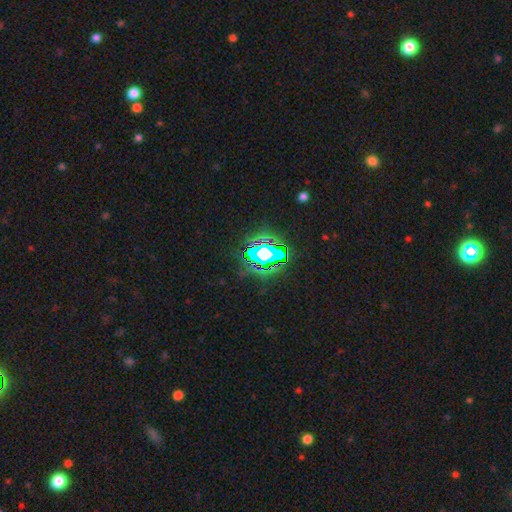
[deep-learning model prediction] Smooth or featured? Predicted: star or artifact (p=0.81).